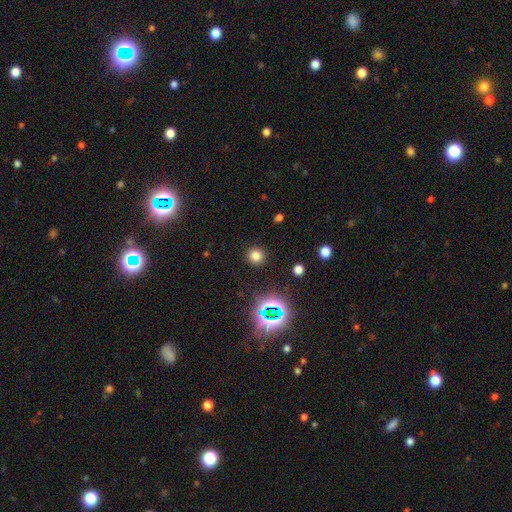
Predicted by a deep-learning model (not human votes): Smooth or featured? Predicted: smooth (p=0.73). How rounded? Predicted: round (p=0.93). Merging? Predicted: none (p=0.90).